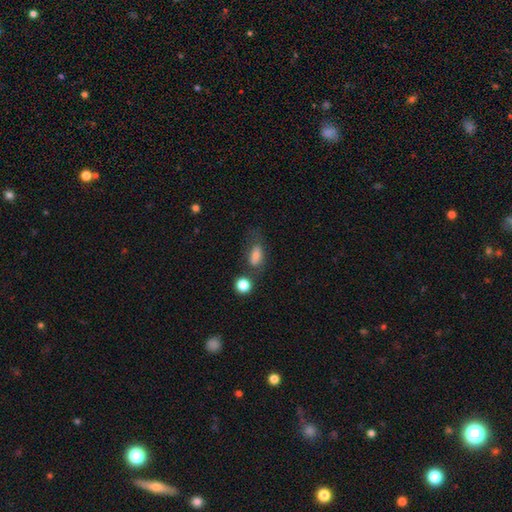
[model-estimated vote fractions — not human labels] This is likely a smooth galaxy (75%). How rounded: clearly in between (82%). Merging: possibly none (46%).